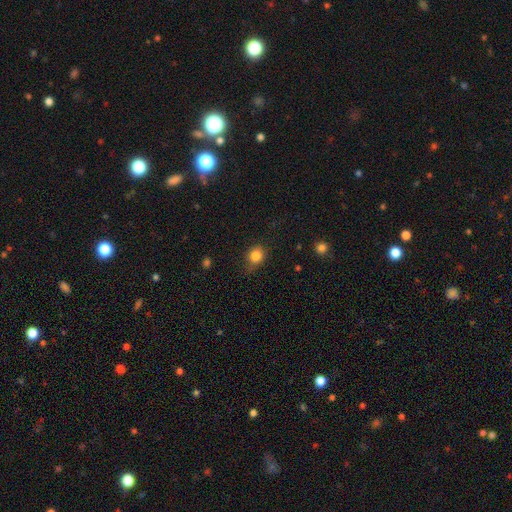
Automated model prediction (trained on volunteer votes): smooth-or-featured: smooth: 83% | star or artifact: 11% | featured or disk: 6%
  how-rounded: round: 72% | in between: 27% | cigar-shaped: 1%
  merging: none: 68% | minor disturbance: 24% | major disturbance: 6% | merger: 2%